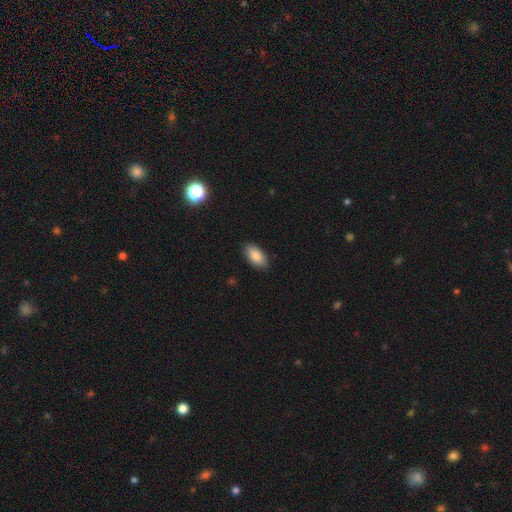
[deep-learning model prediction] Morphology: type=smooth (88%); roundness=in between (93%); merging=none (87%).